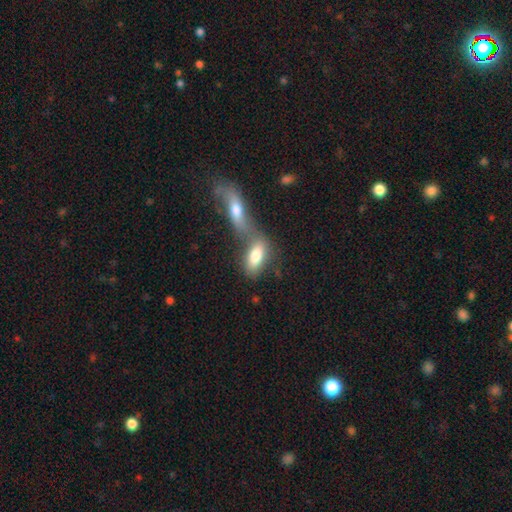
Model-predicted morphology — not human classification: Overall: smooth (75%). How rounded: in between (83%). Merging: merger (57%; none 29%).